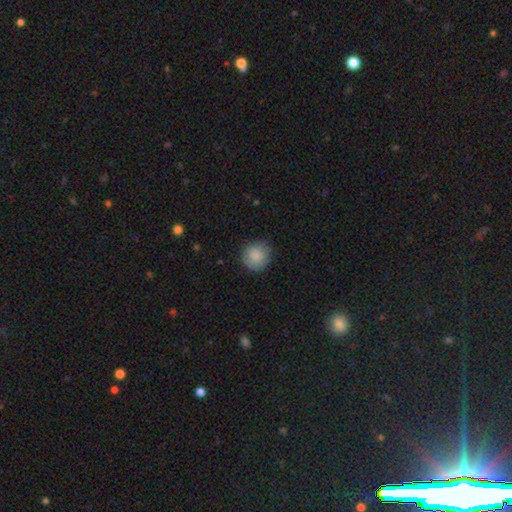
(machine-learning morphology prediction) smooth_or_featured: smooth (p=0.86) [alt: star or artifact p=0.07]
how_rounded: round (p=0.91) [alt: in between p=0.08]
merging: none (p=0.82) [alt: minor disturbance p=0.14]